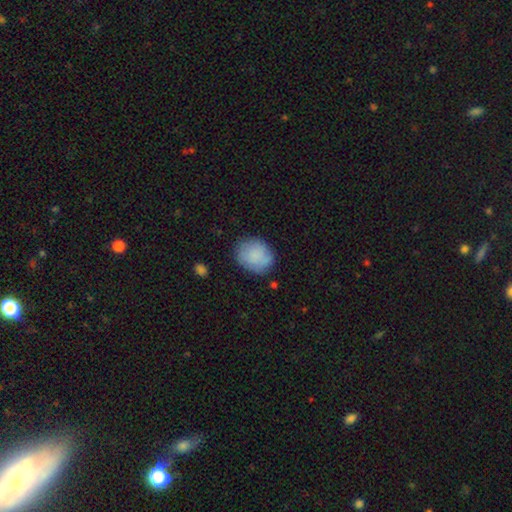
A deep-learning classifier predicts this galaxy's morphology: smooth_or_featured: smooth (p=0.83) [alt: featured or disk p=0.11]
how_rounded: round (p=0.64) [alt: in between p=0.35]
merging: none (p=0.75) [alt: minor disturbance p=0.18]